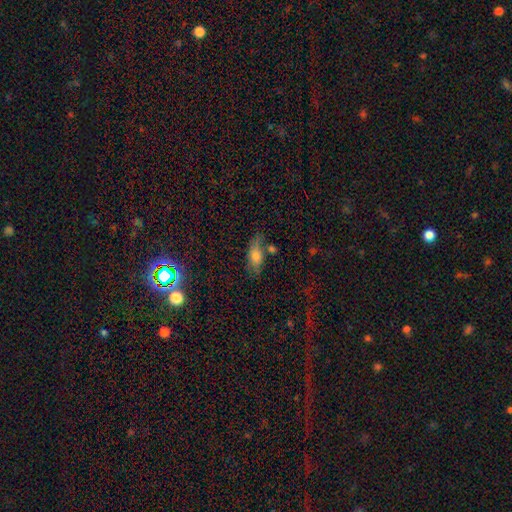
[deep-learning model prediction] This appears to be a smooth galaxy with no disk features (67%) that is in between round and cigar-shaped (76%). Merging: none (58%).